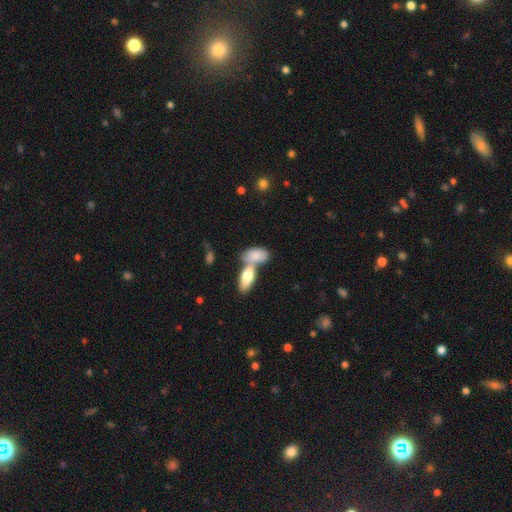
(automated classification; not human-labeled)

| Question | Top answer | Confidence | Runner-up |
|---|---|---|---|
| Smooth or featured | smooth | 78% | featured or disk (15%) |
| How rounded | in between | 88% | cigar-shaped (9%) |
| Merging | merger | 59% | none (27%) |